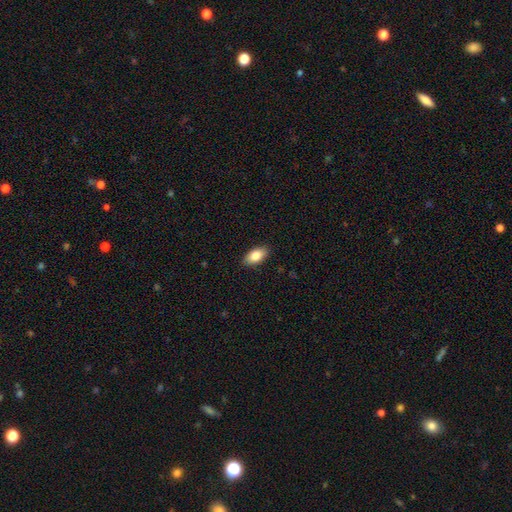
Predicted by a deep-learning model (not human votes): Smooth or featured: smooth — 84% (featured or disk — 9%)
How rounded: in between — 92% (cigar-shaped — 4%)
Merging: none — 88% (minor disturbance — 9%)